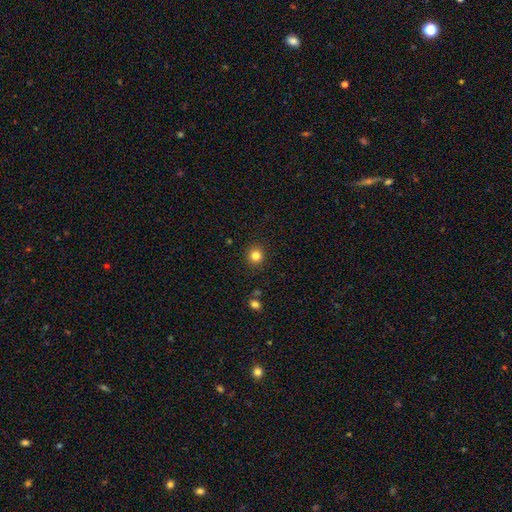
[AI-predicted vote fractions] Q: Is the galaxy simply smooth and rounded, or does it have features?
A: smooth — 82%.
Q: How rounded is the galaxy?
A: round — 90%.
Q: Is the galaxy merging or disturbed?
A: none — 91%.